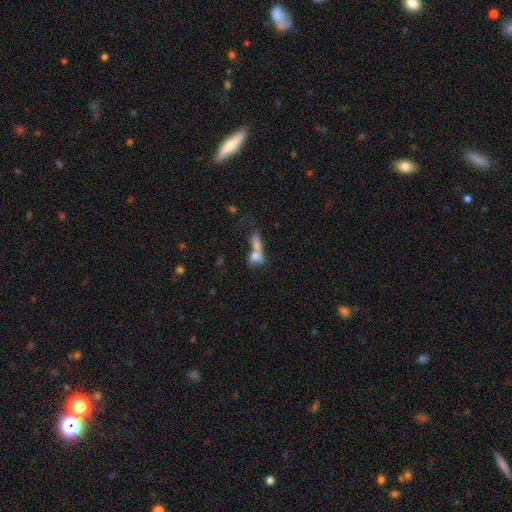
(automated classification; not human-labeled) This appears to be a smooth galaxy with no disk features (67%) that is in between round and cigar-shaped (57%). Merging: merger (64%).